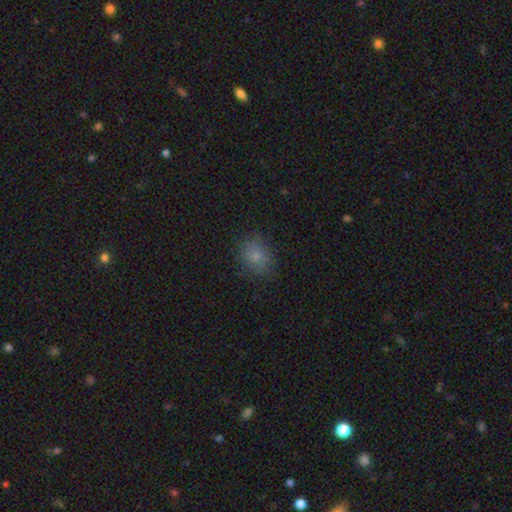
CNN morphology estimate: Smooth or featured? smooth (79%)
How rounded? round (52%)
Merging? none (82%)